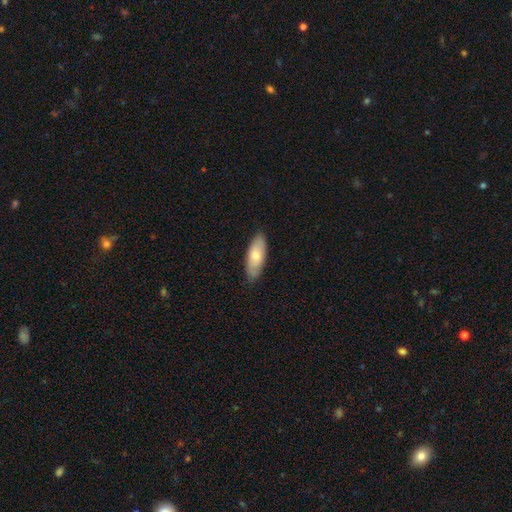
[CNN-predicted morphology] Q: Smooth or featured?
A: smooth (72%); runner-up: featured or disk (23%)
Q: How rounded?
A: in between (77%); runner-up: cigar-shaped (21%)
Q: Merging?
A: none (85%); runner-up: minor disturbance (12%)